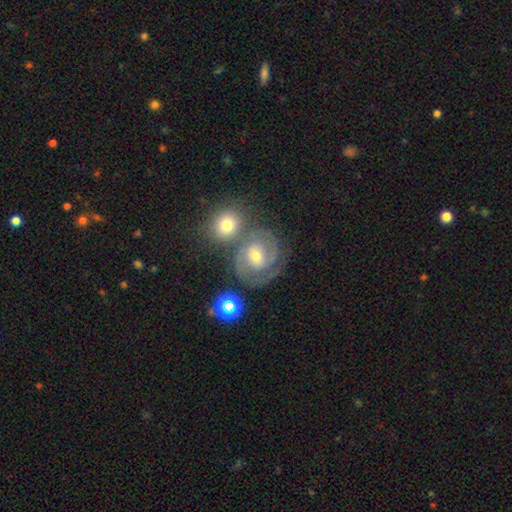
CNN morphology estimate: Smooth or featured?
  - featured or disk: 76% *
  - smooth: 16%
  - star or artifact: 8%
Edge-on disk?
  - no: 98% *
  - yes: 2%
Bar?
  - no: 50% *
  - weak: 40%
  - strong: 10%
Spiral arms?
  - yes: 92% *
  - no: 8%
Spiral winding?
  - tight: 59% *
  - medium: 34%
  - loose: 7%
Spiral arm count?
  - 2: 64% *
  - can't tell: 17%
  - 3: 10%
  - 1: 5%
  - 4: 3%
  - more than 4: 2%
Bulge size?
  - moderate: 52% *
  - small: 41%
  - large: 3%
  - none: 2%
  - dominant: 1%
Merging?
  - none: 57% *
  - merger: 22%
  - minor disturbance: 14%
  - major disturbance: 7%